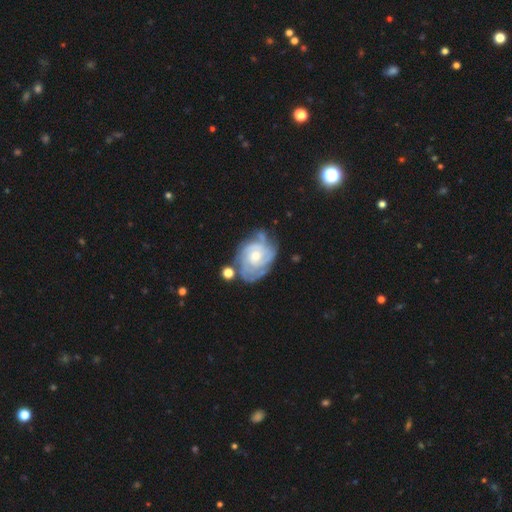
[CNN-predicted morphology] This is clearly a featured or disk galaxy (86%). It is clearly not viewed edge-on (97%). Bar: likely no (72%). Spiral arm pattern: clearly yes (95%). Spiral arm count: marginally can't tell (36%). Spiral winding: likely tight (71%). Central bulge: possibly moderate (54%). Merging: possibly none (57%).